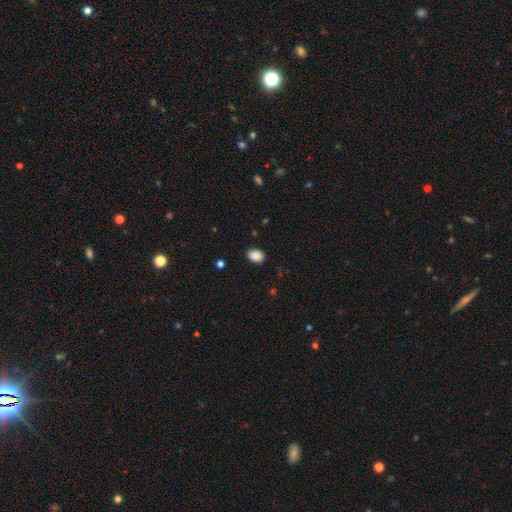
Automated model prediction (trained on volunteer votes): Q: Smooth or featured?
A: smooth (88%); runner-up: star or artifact (8%)
Q: How rounded?
A: in between (76%); runner-up: round (23%)
Q: Merging?
A: none (87%); runner-up: minor disturbance (9%)